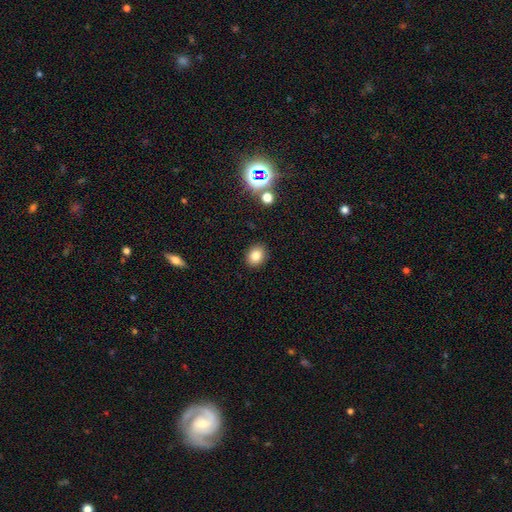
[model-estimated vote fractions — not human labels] Overall: smooth (81%). How rounded: round (50%; in between 49%). Merging: none (88%).